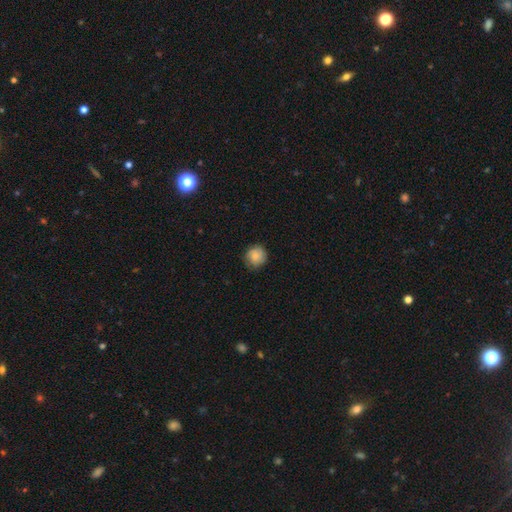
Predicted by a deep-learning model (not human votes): This appears to be a smooth galaxy with no disk features (80%) that is round (90%). Merging: none (80%).